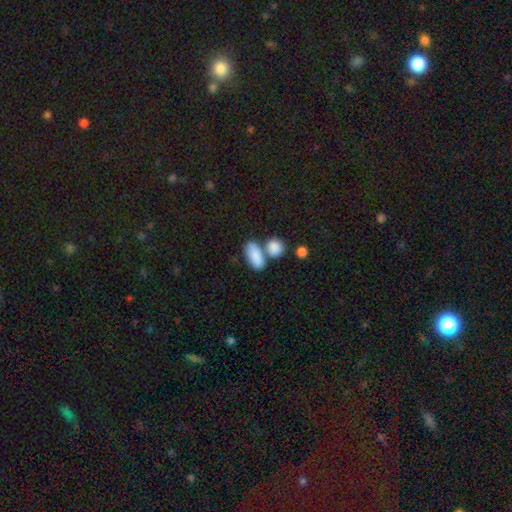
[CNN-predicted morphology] type=smooth (86%); roundness=in between (89%); merging=none (49%).